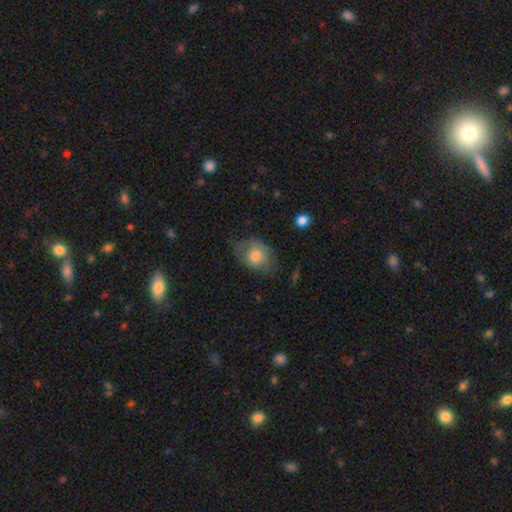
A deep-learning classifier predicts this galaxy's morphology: smooth 64%, featured or disk 29%, star or artifact 7%. Down the decision tree: how rounded — in between (66%); merging — none (46%).